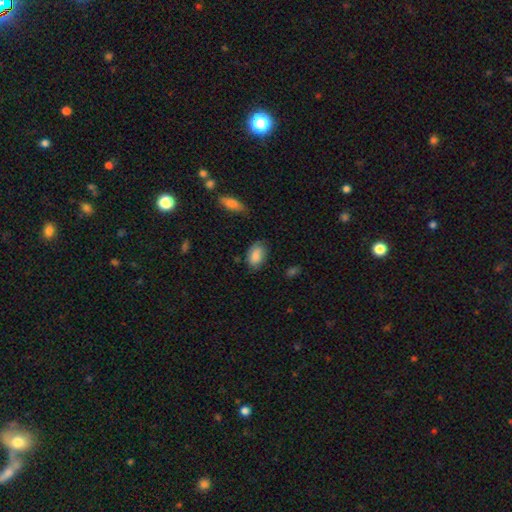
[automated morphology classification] smooth_or_featured: smooth (p=0.84) [alt: featured or disk p=0.09]
how_rounded: in between (p=0.90) [alt: round p=0.09]
merging: none (p=0.72) [alt: minor disturbance p=0.22]